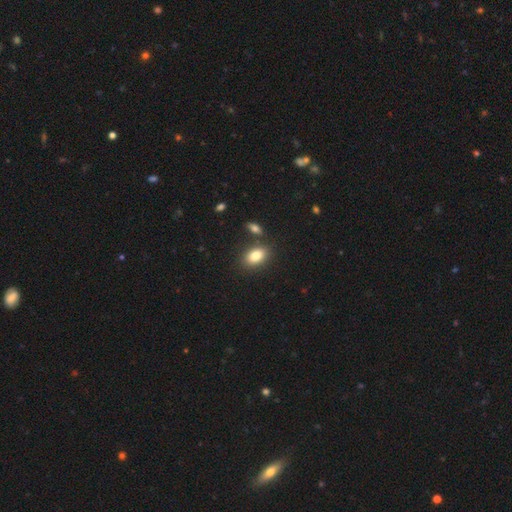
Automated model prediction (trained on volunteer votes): smooth-or-featured: smooth: 83% | featured or disk: 9% | star or artifact: 8%
  how-rounded: in between: 87% | round: 11% | cigar-shaped: 2%
  merging: none: 77% | merger: 11% | minor disturbance: 10% | major disturbance: 3%